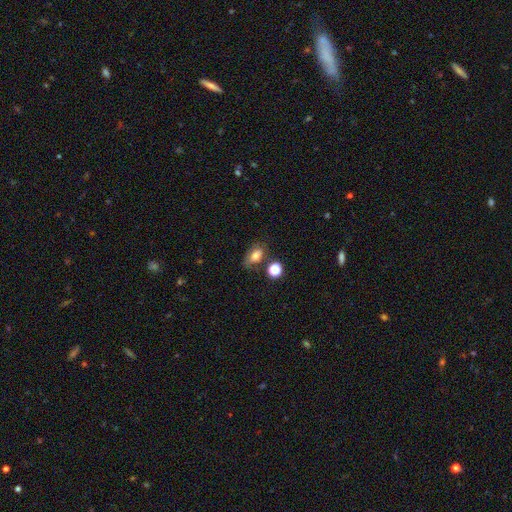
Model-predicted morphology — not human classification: Smooth or featured? Predicted: smooth (p=0.66). How rounded? Predicted: in between (p=0.82). Merging? Predicted: none (p=0.62).